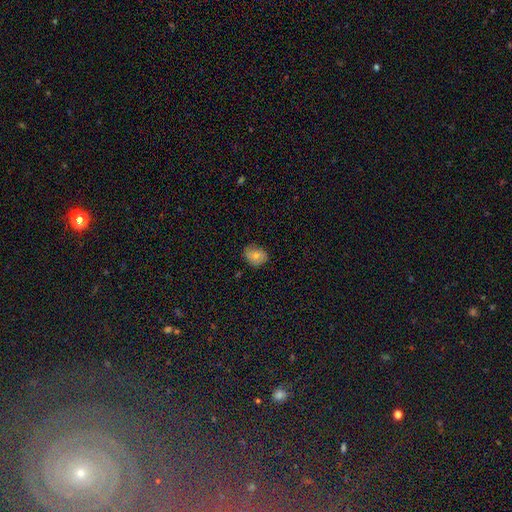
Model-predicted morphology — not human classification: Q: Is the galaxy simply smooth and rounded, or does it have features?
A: smooth — 76%.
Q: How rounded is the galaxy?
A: round — 50%.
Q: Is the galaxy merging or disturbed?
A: none — 72%.